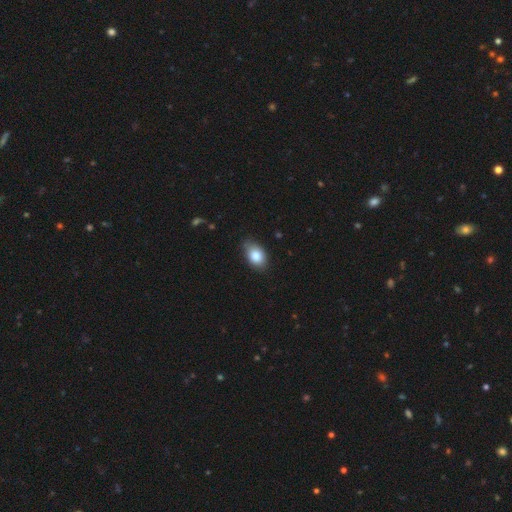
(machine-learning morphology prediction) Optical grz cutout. It shows a smooth galaxy with no disk features (84%) that is in between round and cigar-shaped (85%). Merging: none (75%).